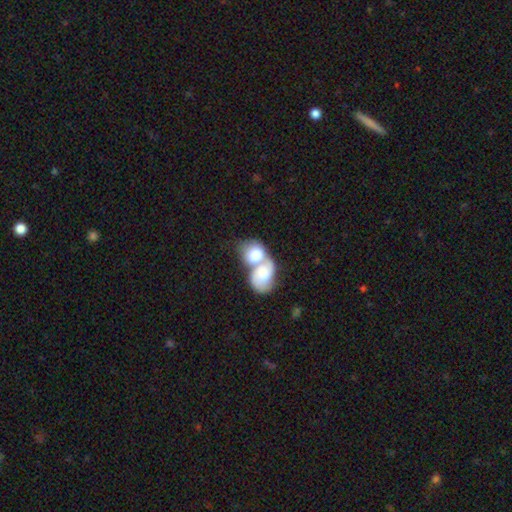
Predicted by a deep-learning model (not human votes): Morphology: type=smooth (62%); roundness=in between (69%); merging=merger (80%).